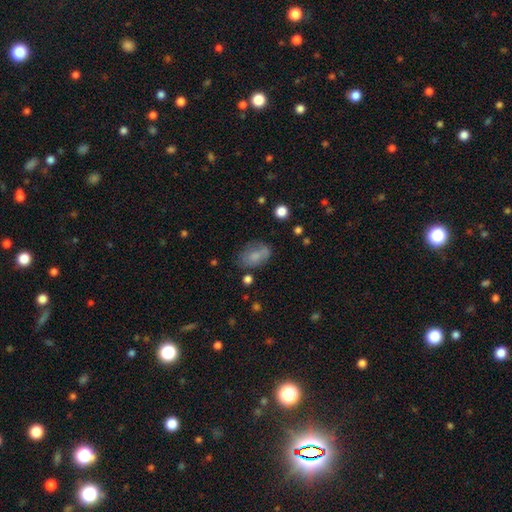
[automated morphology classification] smooth_or_featured: smooth (p=0.74) [alt: featured or disk p=0.17]
how_rounded: in between (p=0.86) [alt: round p=0.12]
merging: none (p=0.58) [alt: minor disturbance p=0.26]